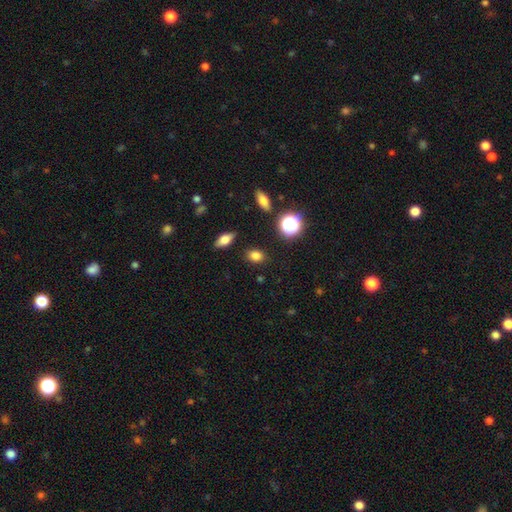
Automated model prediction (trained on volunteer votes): Overall: smooth (78%). How rounded: in between (56%; round 41%). Merging: none (85%).